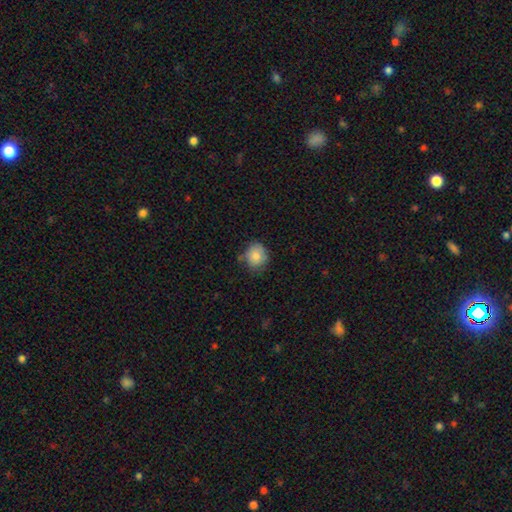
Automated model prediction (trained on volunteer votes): This appears to be a smooth galaxy with no disk features (83%) that is round (74%). Merging: none (70%).